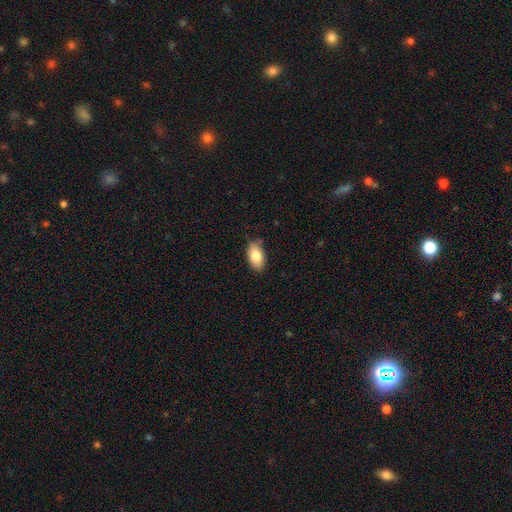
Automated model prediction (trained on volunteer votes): Smooth or featured? Predicted: smooth (p=0.81). How rounded? Predicted: in between (p=0.93). Merging? Predicted: none (p=0.83).